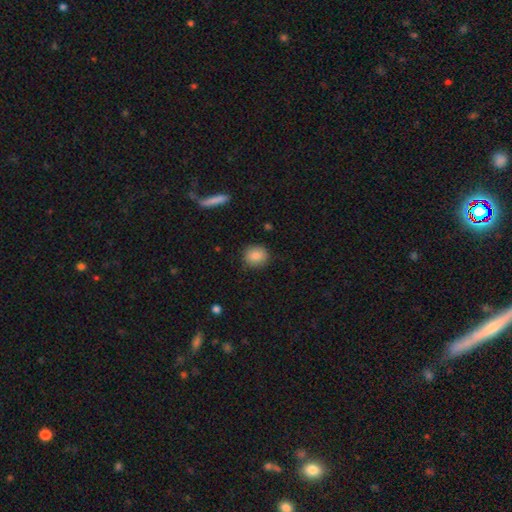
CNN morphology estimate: The model was most divided on "how rounded": round: 84%, in between: 15%, cigar-shaped: 1%. More confident: merging — none (85%); smooth or featured — smooth (85%).